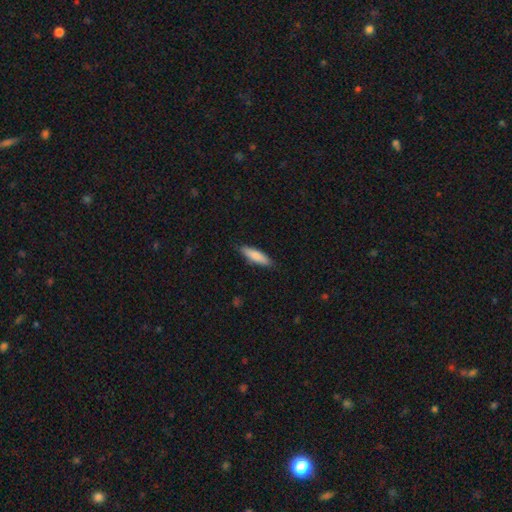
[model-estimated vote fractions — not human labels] Smooth or featured? smooth (82%)
How rounded? cigar-shaped (64%)
Merging? none (86%)